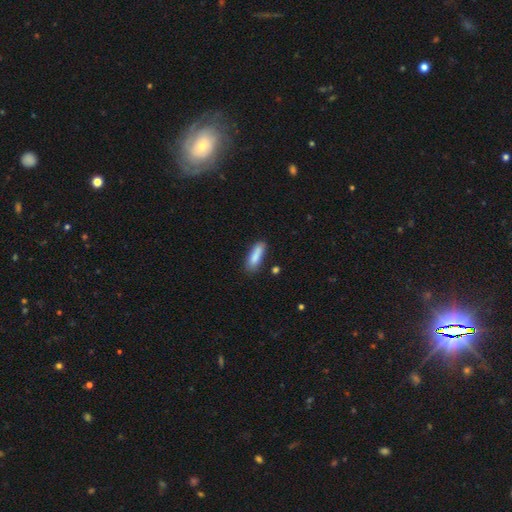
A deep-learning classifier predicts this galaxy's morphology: This appears to be a smooth galaxy with no disk features (86%) that is cigar-shaped (56%). Merging: none (73%).